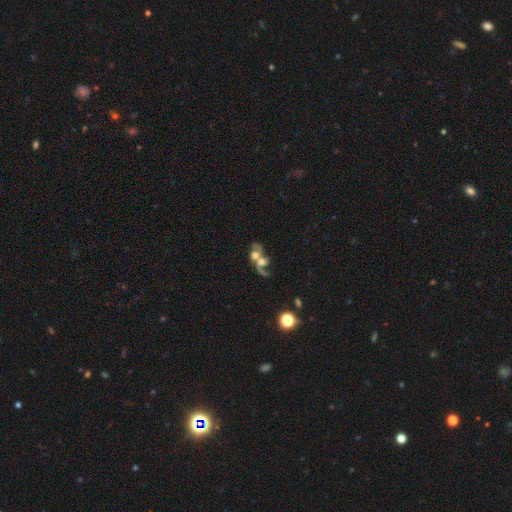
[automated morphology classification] featured or disk 64%, smooth 25%, star or artifact 11%. Down the decision tree: edge-on disk — no (96%); bar — no (72%); spiral arms — yes (76%); bulge size — moderate (38%); merging — merger (69%).